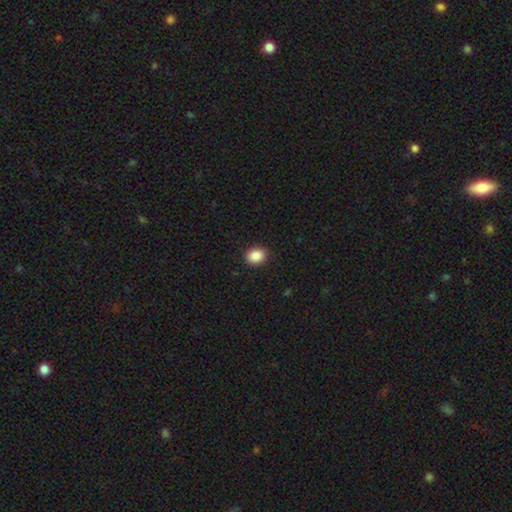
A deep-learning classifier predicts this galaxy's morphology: A smooth galaxy with no disk features (89%) that is in between round and cigar-shaped (53%).

Vote fractions:
- Smooth or featured? smooth: 89% / star or artifact: 8% / featured or disk: 3%
- How rounded? in between: 53% / round: 46% / cigar-shaped: 1%
- Merging? none: 91% / minor disturbance: 7% / major disturbance: 2% / merger: 1%